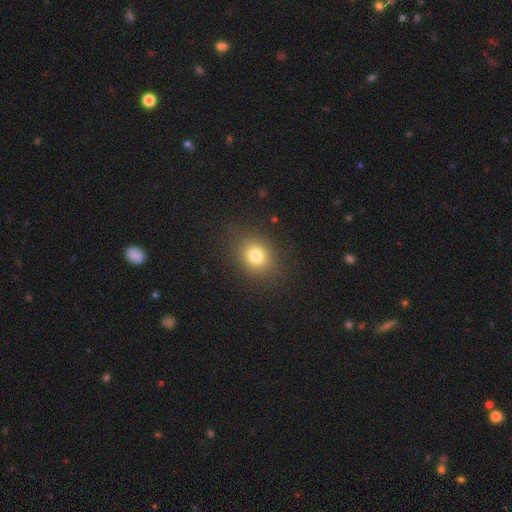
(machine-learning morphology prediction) Smooth or featured? smooth (78%)
How rounded? round (64%)
Merging? none (86%)